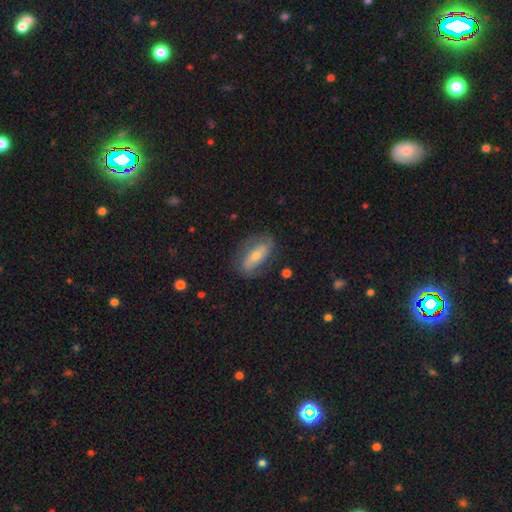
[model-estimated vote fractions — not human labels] Smooth or featured: featured or disk — 53% (smooth — 39%)
Edge-on disk: no — 82% (yes — 18%)
Merging: none — 75% (minor disturbance — 17%)